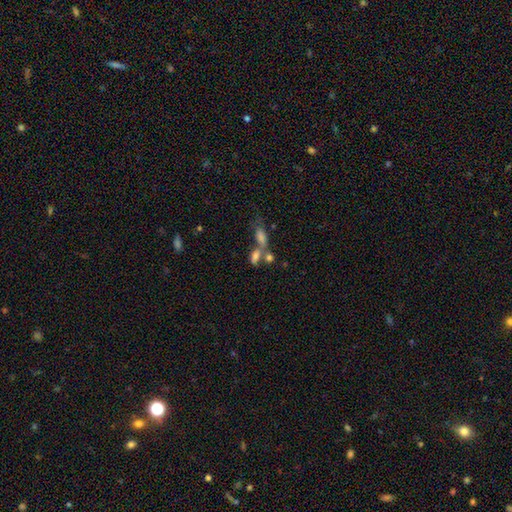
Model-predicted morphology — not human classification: Q: Smooth or featured?
A: smooth (69%); runner-up: featured or disk (18%)
Q: How rounded?
A: in between (78%); runner-up: cigar-shaped (12%)
Q: Merging?
A: merger (56%); runner-up: none (27%)